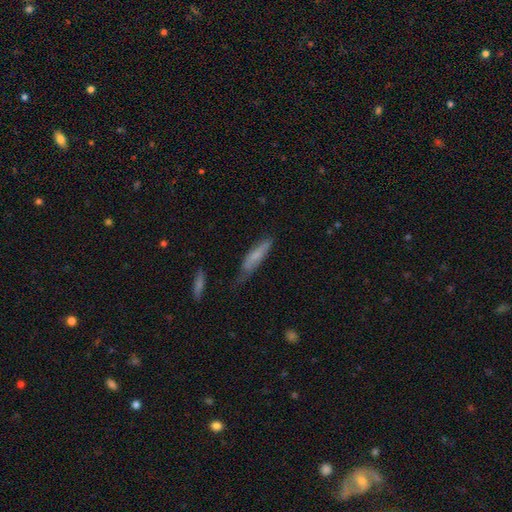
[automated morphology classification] Smooth or featured? Predicted: smooth (p=0.66). How rounded? Predicted: cigar-shaped (p=0.76). Merging? Predicted: none (p=0.48).